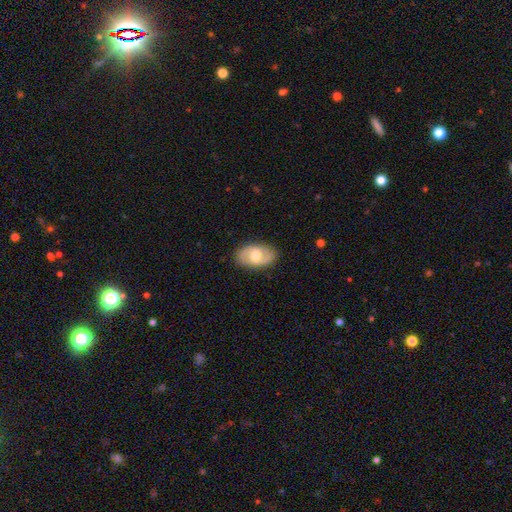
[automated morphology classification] type=featured or disk (52%); edge-on=no (94%); merging=none (85%).